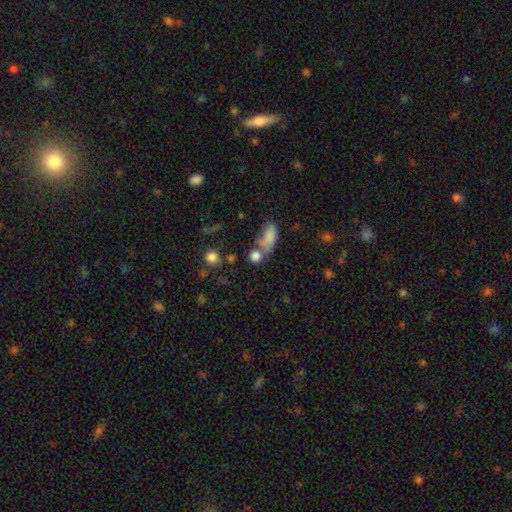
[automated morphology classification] Smooth or featured? Predicted: smooth (p=0.78). How rounded? Predicted: round (p=0.61). Merging? Predicted: none (p=0.46).